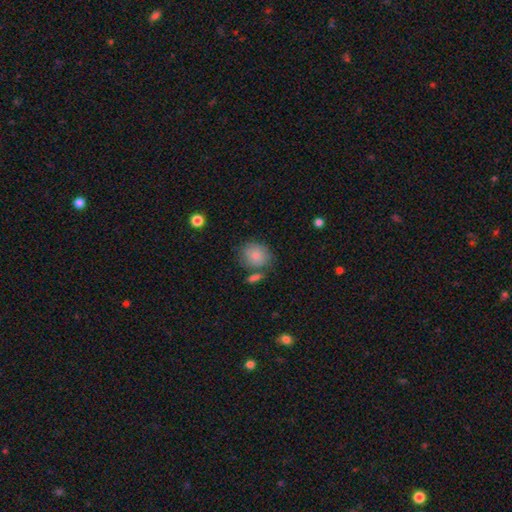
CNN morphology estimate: This appears to be a smooth galaxy with no disk features (85%) that is round (67%). Merging: none (63%).